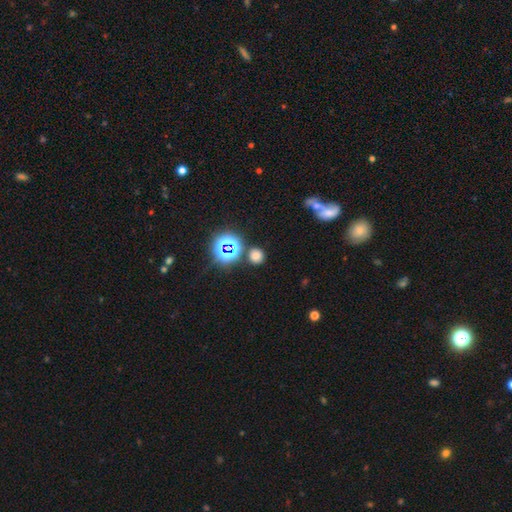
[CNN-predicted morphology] Smooth or featured? Predicted: smooth (p=0.69). How rounded? Predicted: round (p=0.90). Merging? Predicted: none (p=0.81).